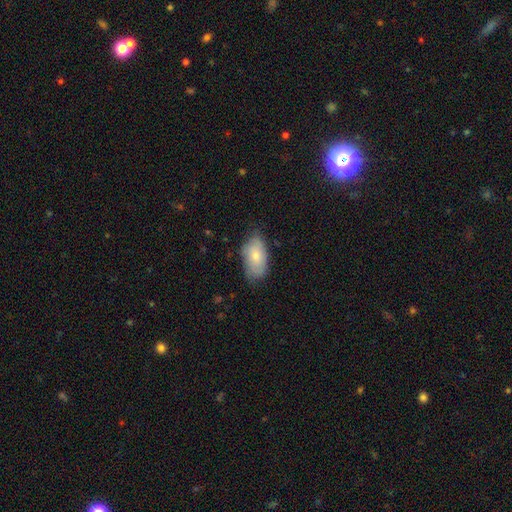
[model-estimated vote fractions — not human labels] This is likely a smooth galaxy (72%). How rounded: clearly in between (94%). Merging: likely none (65%).